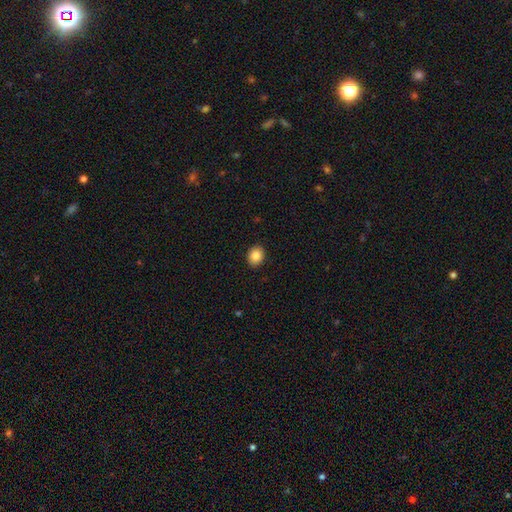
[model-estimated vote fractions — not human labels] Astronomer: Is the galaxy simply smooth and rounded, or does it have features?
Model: smooth — 87%.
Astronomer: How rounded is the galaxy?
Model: round — 53% (runner-up: in between, 46%).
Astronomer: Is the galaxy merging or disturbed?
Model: none — 91%.